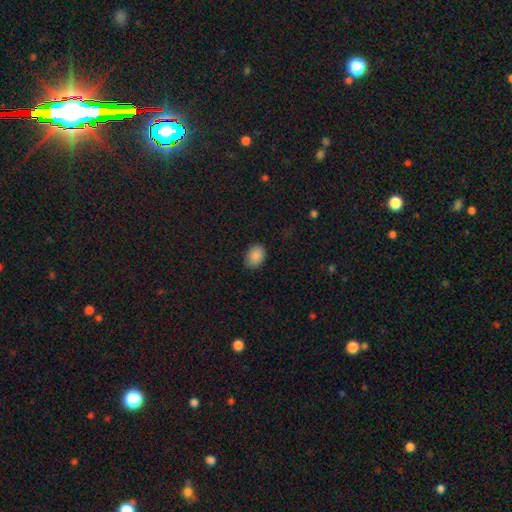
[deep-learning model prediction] Smooth or featured? smooth (88%)
How rounded? in between (83%)
Merging? none (86%)